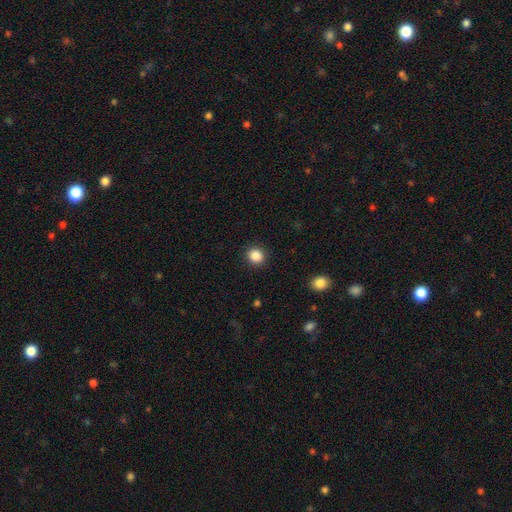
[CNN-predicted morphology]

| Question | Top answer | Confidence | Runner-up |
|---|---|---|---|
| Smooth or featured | smooth | 86% | star or artifact (10%) |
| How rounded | round | 82% | in between (18%) |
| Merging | none | 91% | minor disturbance (6%) |